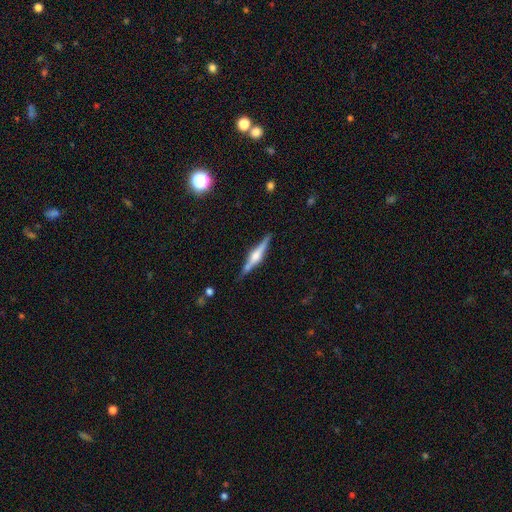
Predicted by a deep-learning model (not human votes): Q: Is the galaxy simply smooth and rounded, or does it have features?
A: featured or disk — 76%.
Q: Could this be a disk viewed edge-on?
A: yes — 98%.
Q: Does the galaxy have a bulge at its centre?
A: rounded — 80%.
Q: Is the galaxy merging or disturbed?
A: none — 84%.